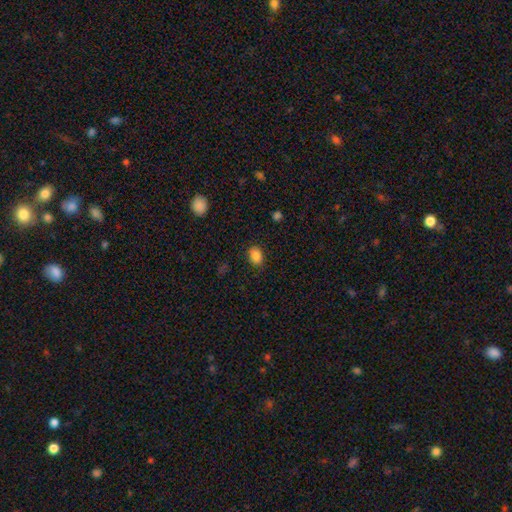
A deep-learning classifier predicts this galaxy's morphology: Smooth or featured: smooth — 86% (star or artifact — 9%)
How rounded: in between — 76% (round — 23%)
Merging: none — 87% (minor disturbance — 10%)